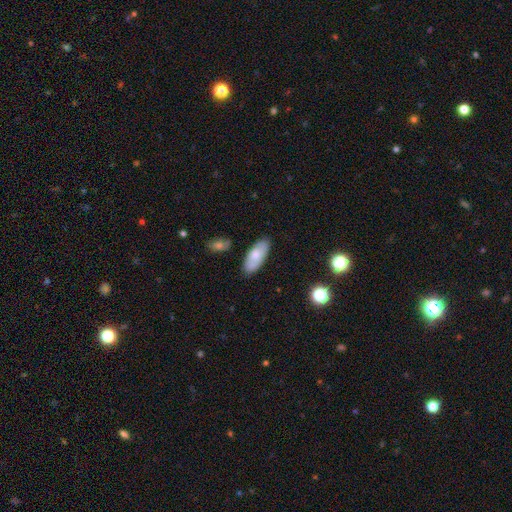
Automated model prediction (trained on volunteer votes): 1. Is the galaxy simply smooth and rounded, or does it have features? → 72% smooth, 22% featured or disk, 6% star or artifact.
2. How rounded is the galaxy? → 83% in between, 15% cigar-shaped, 2% round.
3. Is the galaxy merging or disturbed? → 82% none, 13% minor disturbance, 3% merger, 2% major disturbance.